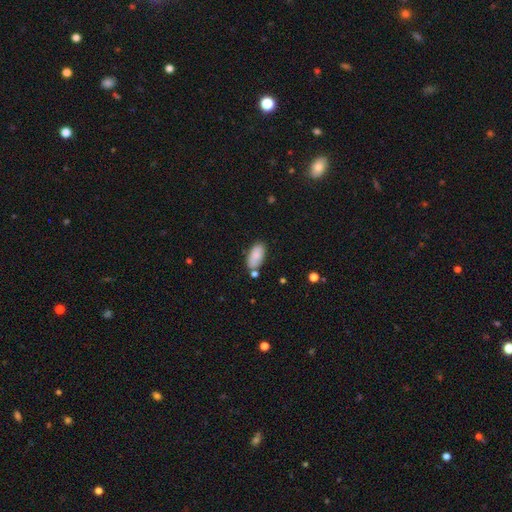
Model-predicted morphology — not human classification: Smooth or featured? Predicted: smooth (p=0.82). How rounded? Predicted: in between (p=0.93). Merging? Predicted: none (p=0.72).